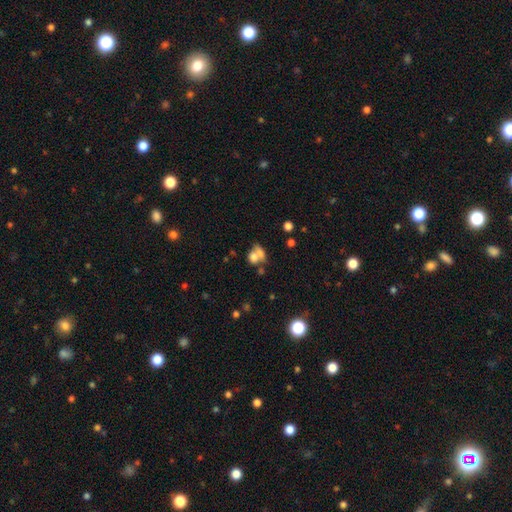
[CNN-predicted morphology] A smooth galaxy with no disk features (67%) that is in between round and cigar-shaped (54%). Merging: merger (58%).